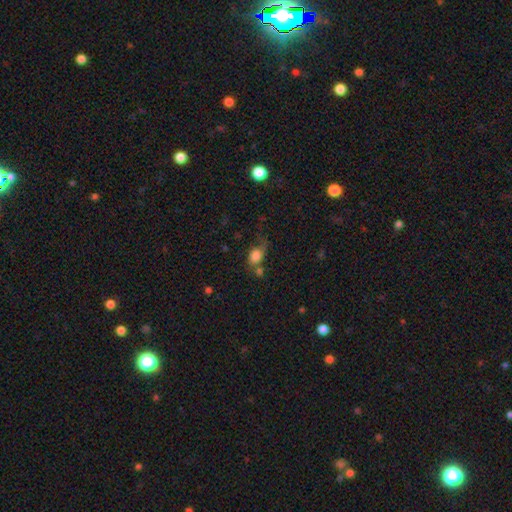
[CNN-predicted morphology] A smooth galaxy with no disk features (79%) that is in between round and cigar-shaped (61%).

Vote fractions:
- Smooth or featured? smooth: 79% / star or artifact: 11% / featured or disk: 11%
- How rounded? in between: 61% / round: 37% / cigar-shaped: 2%
- Merging? none: 36% / minor disturbance: 25% / major disturbance: 20% / merger: 19%